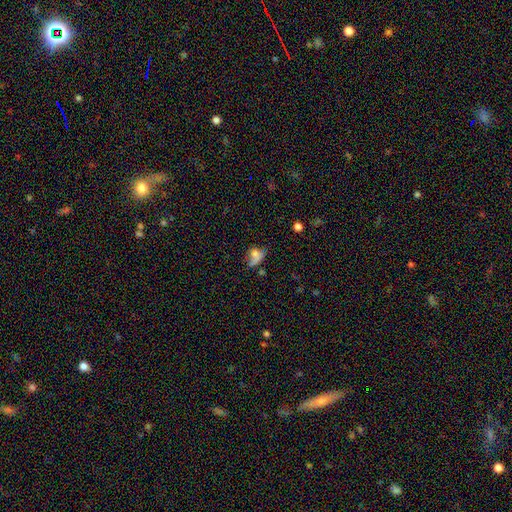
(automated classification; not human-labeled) This appears to be a smooth galaxy with no disk features (66%) that is in between round and cigar-shaped (65%). Merging: none (35%).